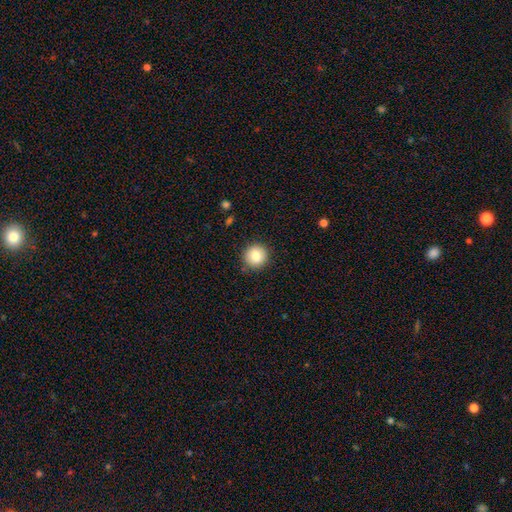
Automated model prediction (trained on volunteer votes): smooth_or_featured: smooth (p=0.84) [alt: star or artifact p=0.09]
how_rounded: round (p=0.94) [alt: in between p=0.05]
merging: none (p=0.88) [alt: minor disturbance p=0.08]